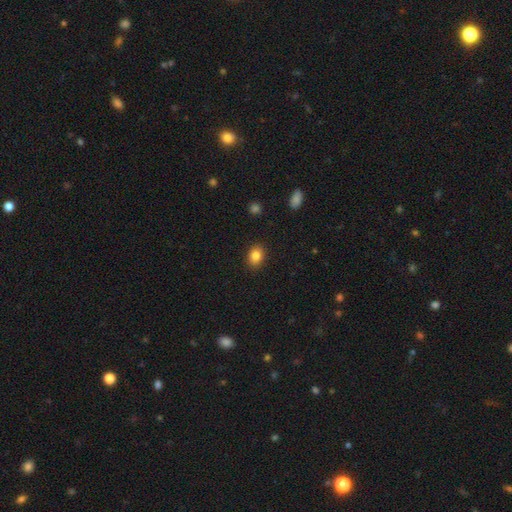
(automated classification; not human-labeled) A smooth galaxy with no disk features (85%) that is in between round and cigar-shaped (60%). Merging: none (89%).